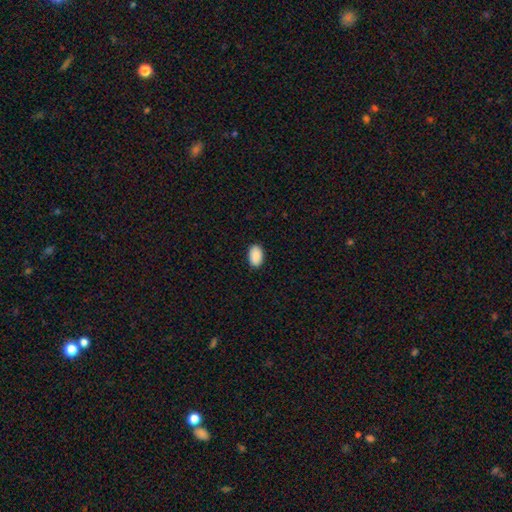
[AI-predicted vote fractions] A smooth galaxy with no disk features (90%) that is in between round and cigar-shaped (91%).

Vote fractions:
- Smooth or featured? smooth: 90% / star or artifact: 6% / featured or disk: 4%
- How rounded? in between: 91% / round: 8% / cigar-shaped: 1%
- Merging? none: 88% / minor disturbance: 9% / major disturbance: 2% / merger: 1%